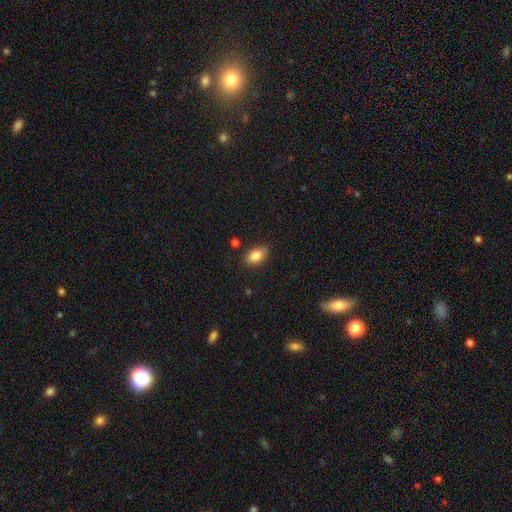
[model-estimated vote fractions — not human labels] Overall: smooth (83%). How rounded: in between (88%). Merging: none (77%).